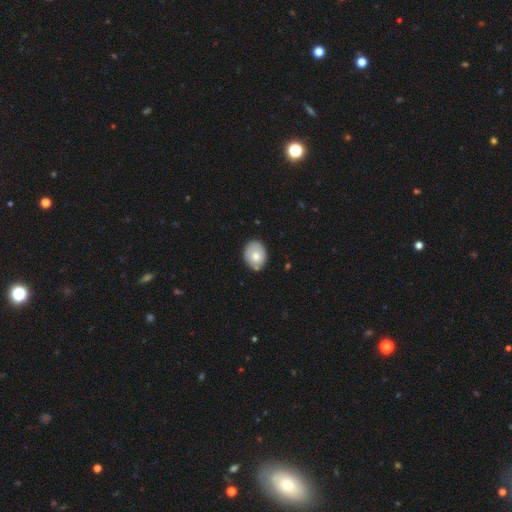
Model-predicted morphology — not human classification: type=smooth (76%); roundness=in between (60%); merging=none (75%).